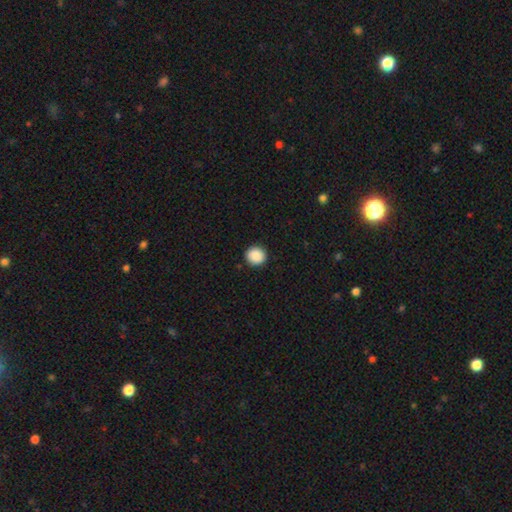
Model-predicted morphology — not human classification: Smooth or featured: smooth — 89% (star or artifact — 8%)
How rounded: round — 93% (in between — 6%)
Merging: none — 92% (minor disturbance — 5%)